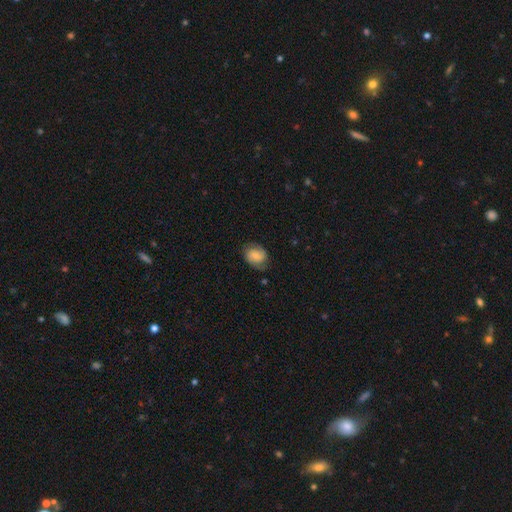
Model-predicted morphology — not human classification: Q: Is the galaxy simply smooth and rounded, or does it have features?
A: smooth — 56%.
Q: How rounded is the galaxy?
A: in between — 55%.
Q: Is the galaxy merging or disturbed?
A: none — 67%.